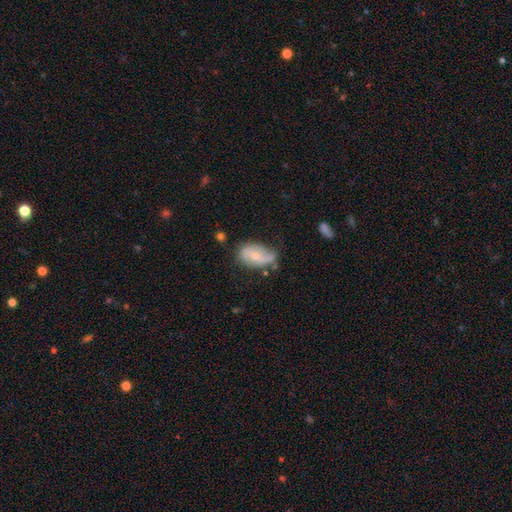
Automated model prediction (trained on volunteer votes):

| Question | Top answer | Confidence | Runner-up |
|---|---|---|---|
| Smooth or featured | featured or disk | 55% | smooth (37%) |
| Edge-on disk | no | 94% | yes (6%) |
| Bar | no | 63% | weak (29%) |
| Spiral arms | yes | 75% | no (25%) |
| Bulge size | moderate | 49% | small (47%) |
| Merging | none | 48% | minor disturbance (36%) |